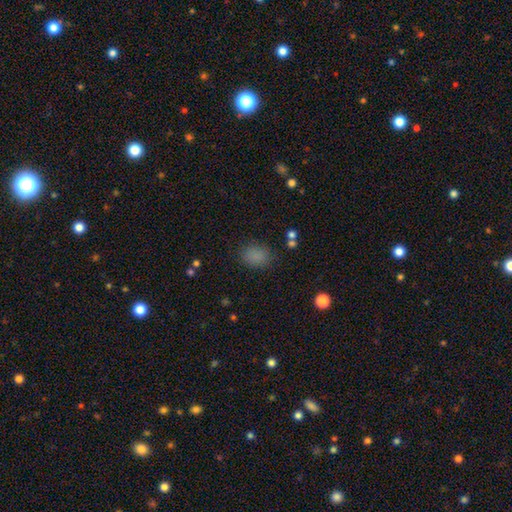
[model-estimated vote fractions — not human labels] The model was most divided on "how rounded": in between: 61%, round: 37%, cigar-shaped: 1%. More confident: merging — none (82%); smooth or featured — smooth (82%).